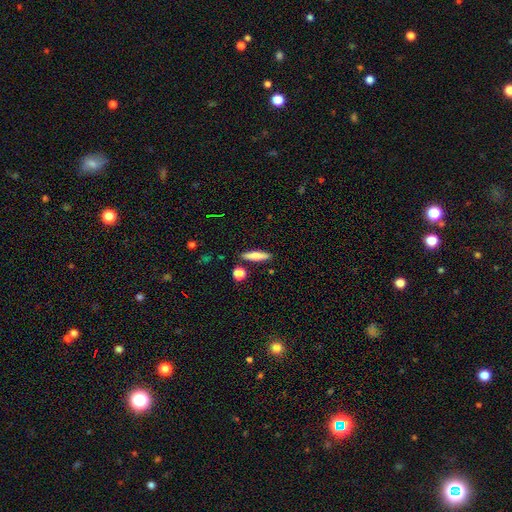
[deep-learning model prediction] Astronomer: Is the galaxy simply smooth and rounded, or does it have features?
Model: smooth — 62%.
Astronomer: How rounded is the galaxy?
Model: cigar-shaped — 72%.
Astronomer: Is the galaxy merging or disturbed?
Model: none — 86%.